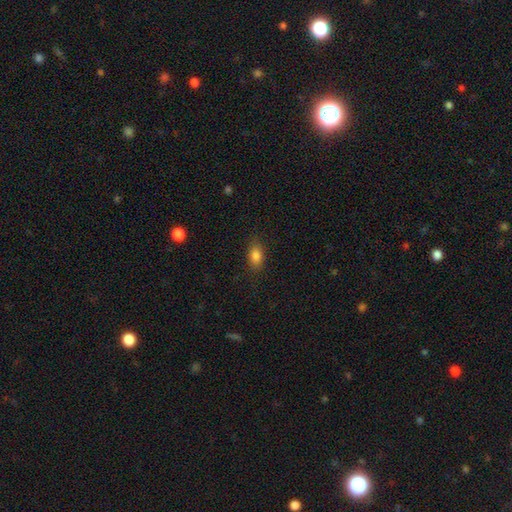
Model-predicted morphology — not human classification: This appears to be a smooth galaxy with no disk features (85%) that is in between round and cigar-shaped (85%). Merging: none (84%).